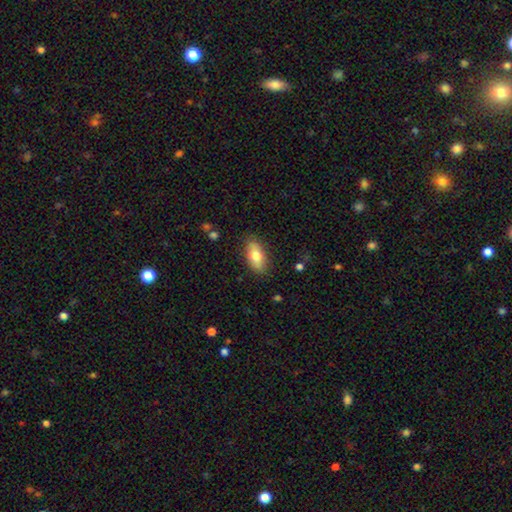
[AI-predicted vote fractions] Q: Smooth or featured?
A: smooth (76%); runner-up: featured or disk (18%)
Q: How rounded?
A: in between (86%); runner-up: cigar-shaped (10%)
Q: Merging?
A: none (84%); runner-up: minor disturbance (12%)